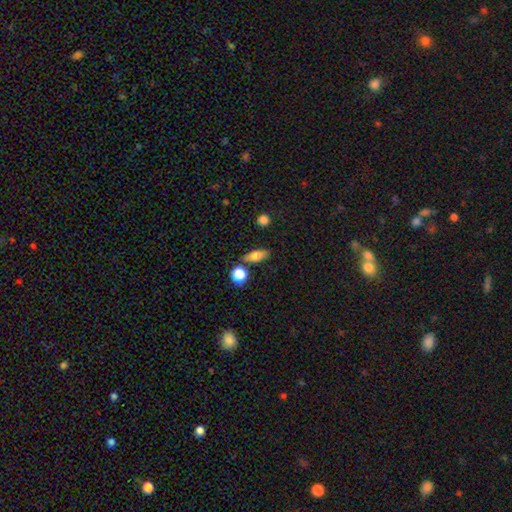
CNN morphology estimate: This is likely a smooth galaxy (75%). How rounded: likely in between (71%). Merging: likely none (77%).